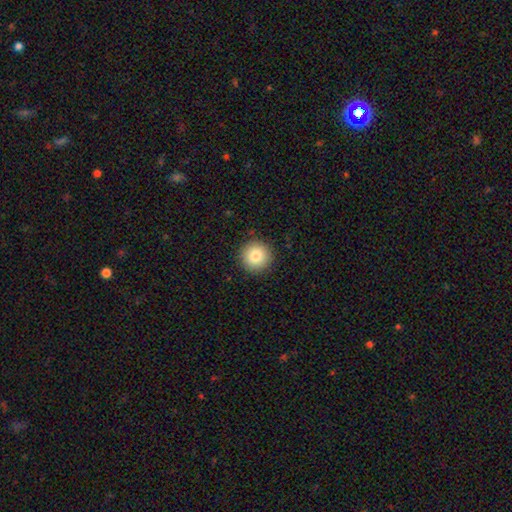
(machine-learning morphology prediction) Smooth or featured: smooth — 83% (star or artifact — 10%)
How rounded: round — 95% (in between — 4%)
Merging: none — 91% (minor disturbance — 6%)